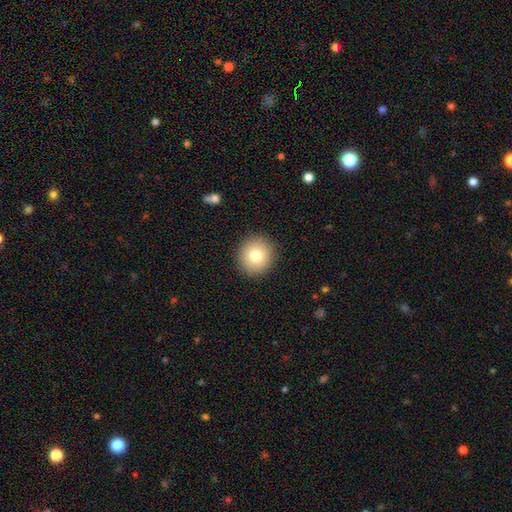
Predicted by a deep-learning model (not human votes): Overall: smooth (77%). How rounded: round (90%). Merging: none (91%).